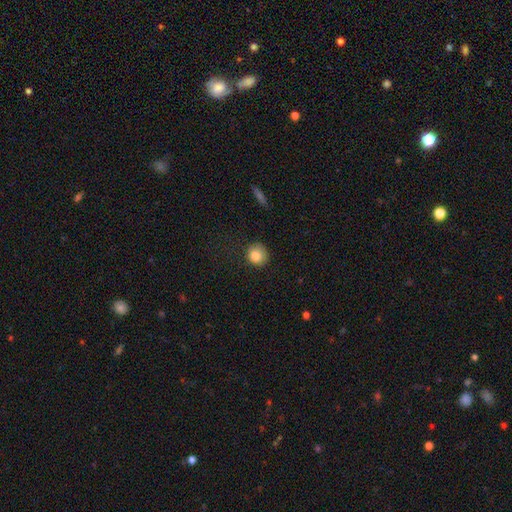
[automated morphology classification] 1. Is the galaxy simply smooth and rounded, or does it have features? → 83% smooth, 9% star or artifact, 7% featured or disk.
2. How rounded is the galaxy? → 84% round, 15% in between, 1% cigar-shaped.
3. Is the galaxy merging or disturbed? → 73% none, 20% minor disturbance, 6% major disturbance, 1% merger.